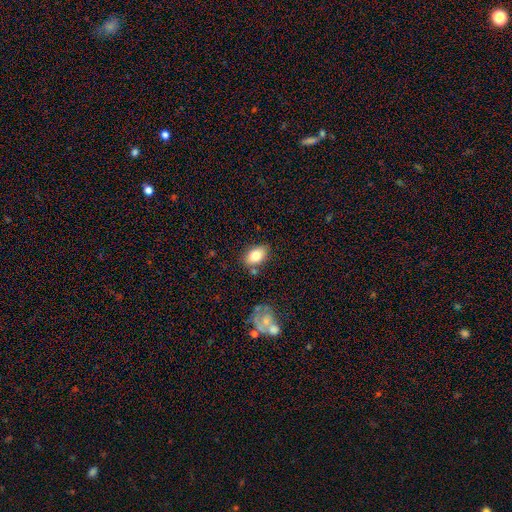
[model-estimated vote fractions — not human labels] Smooth or featured: smooth — 78% (featured or disk — 14%)
How rounded: in between — 87% (round — 11%)
Merging: none — 77% (minor disturbance — 14%)